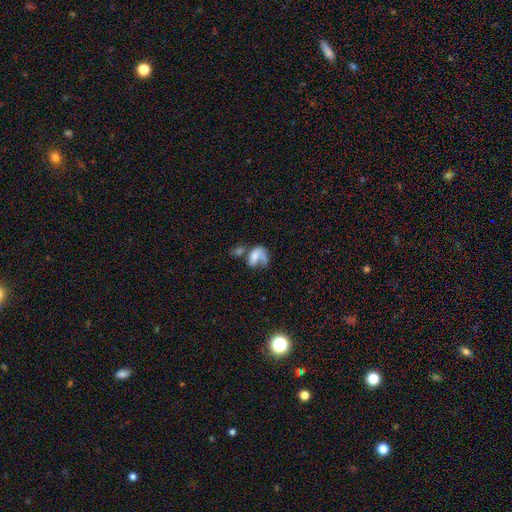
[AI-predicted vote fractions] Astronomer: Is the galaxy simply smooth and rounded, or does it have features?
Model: smooth — 48% (runner-up: featured or disk, 42%).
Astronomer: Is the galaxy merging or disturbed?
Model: major disturbance — 36% (runner-up: merger, 29%).